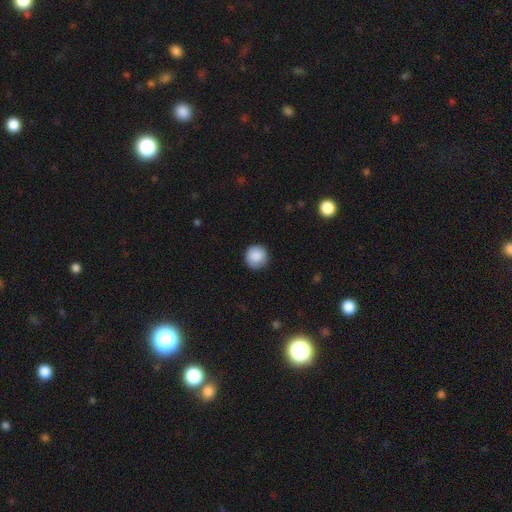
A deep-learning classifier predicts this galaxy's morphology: Smooth or featured?
  - smooth: 89% *
  - star or artifact: 7%
  - featured or disk: 4%
How rounded?
  - round: 95% *
  - in between: 4%
  - cigar-shaped: 1%
Merging?
  - none: 89% *
  - minor disturbance: 8%
  - major disturbance: 2%
  - merger: 1%